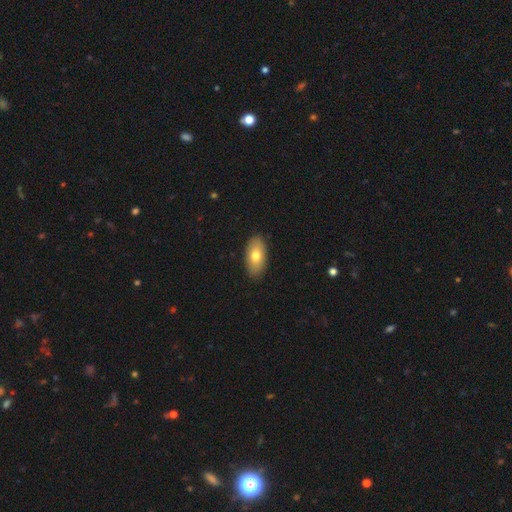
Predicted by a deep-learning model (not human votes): The model was most divided on "smooth or featured": smooth: 74%, featured or disk: 20%, star or artifact: 6%. More confident: how rounded — in between (92%); merging — none (89%).